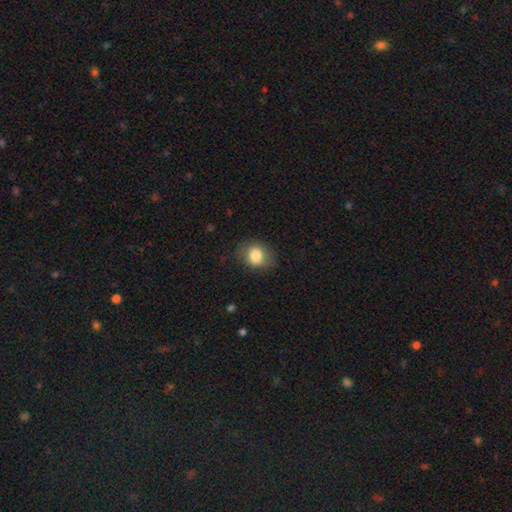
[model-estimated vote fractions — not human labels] Q: Smooth or featured?
A: smooth (81%); runner-up: featured or disk (11%)
Q: How rounded?
A: in between (51%); runner-up: round (48%)
Q: Merging?
A: none (77%); runner-up: minor disturbance (16%)